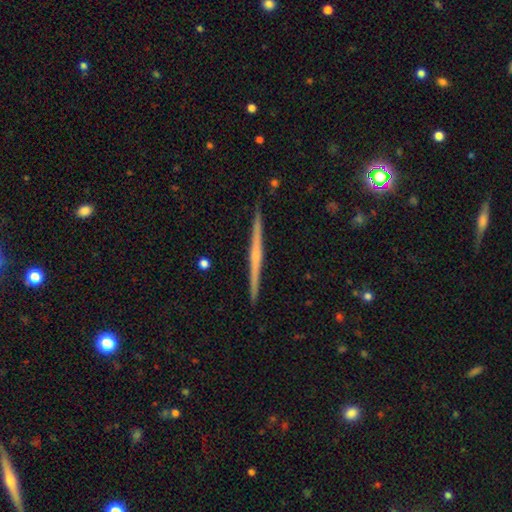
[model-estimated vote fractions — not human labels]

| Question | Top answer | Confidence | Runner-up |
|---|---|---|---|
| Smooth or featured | featured or disk | 72% | smooth (22%) |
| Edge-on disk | yes | 98% | no (2%) |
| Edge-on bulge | none | 51% | rounded (40%) |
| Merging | none | 92% | minor disturbance (5%) |